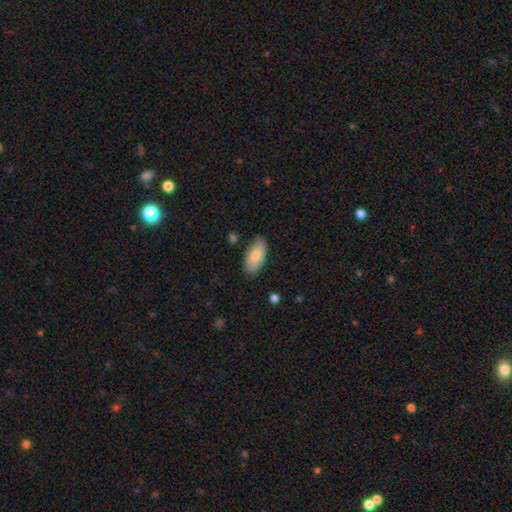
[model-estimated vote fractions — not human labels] Smooth or featured? smooth (83%)
How rounded? in between (93%)
Merging? none (81%)